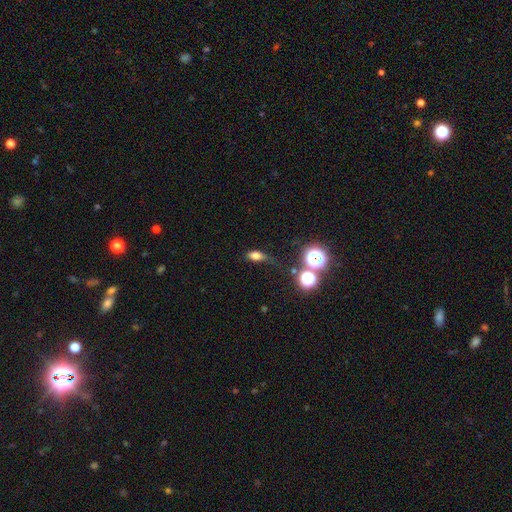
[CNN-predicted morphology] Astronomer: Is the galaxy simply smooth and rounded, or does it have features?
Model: smooth — 69%.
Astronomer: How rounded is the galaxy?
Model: in between — 71%.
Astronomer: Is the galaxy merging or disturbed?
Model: none — 57%.